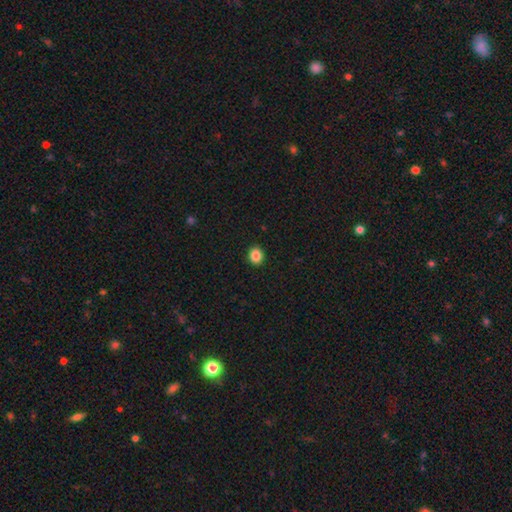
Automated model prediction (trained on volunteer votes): A smooth galaxy with no disk features (87%) that is round (73%). Merging: none (92%).